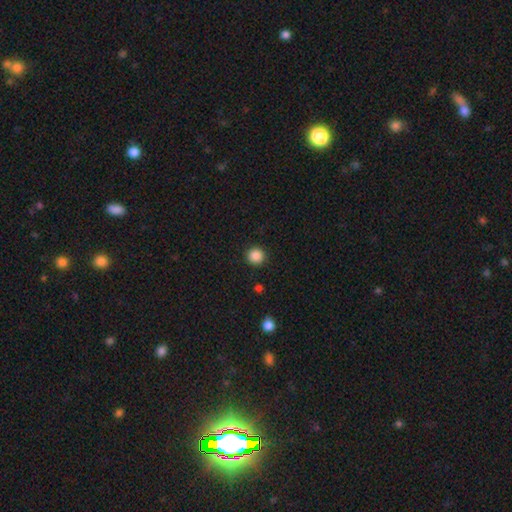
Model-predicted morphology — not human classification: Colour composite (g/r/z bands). It shows a smooth galaxy with no disk features (87%) that is round (95%). Merging: none (92%).